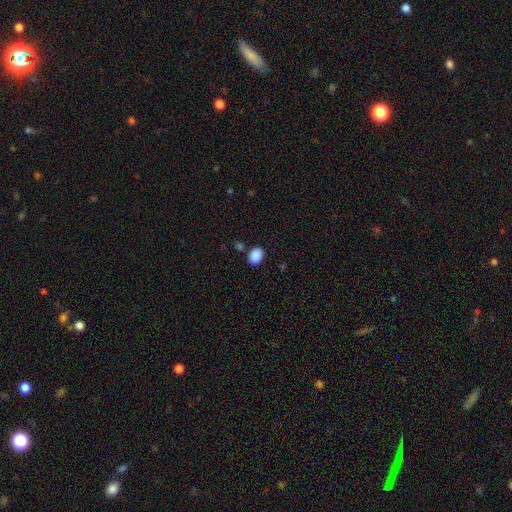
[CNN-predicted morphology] A smooth galaxy with no disk features (89%) that is in between round and cigar-shaped (65%).

Vote fractions:
- Smooth or featured? smooth: 89% / star or artifact: 8% / featured or disk: 3%
- How rounded? in between: 65% / round: 34% / cigar-shaped: 1%
- Merging? none: 82% / minor disturbance: 10% / merger: 5% / major disturbance: 3%